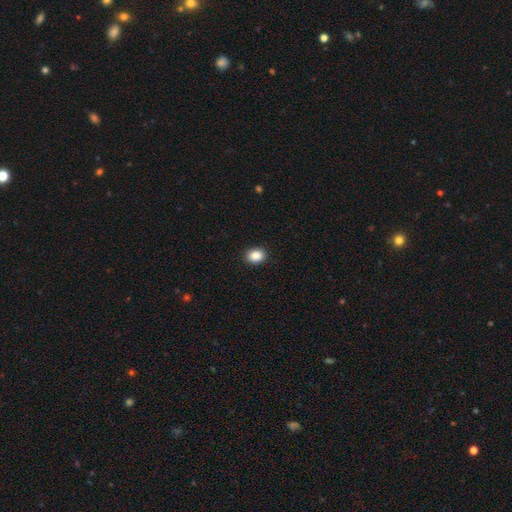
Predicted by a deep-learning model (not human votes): This appears to be a smooth galaxy with no disk features (88%) that is in between round and cigar-shaped (57%). Merging: none (91%).